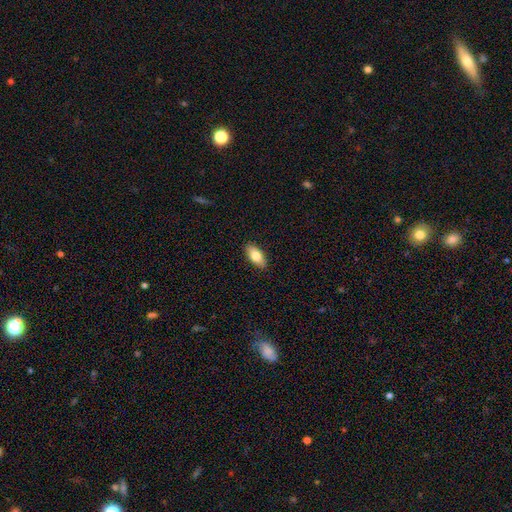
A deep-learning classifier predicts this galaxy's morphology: This appears to be a smooth galaxy with no disk features (81%) that is in between round and cigar-shaped (89%). Merging: none (89%).